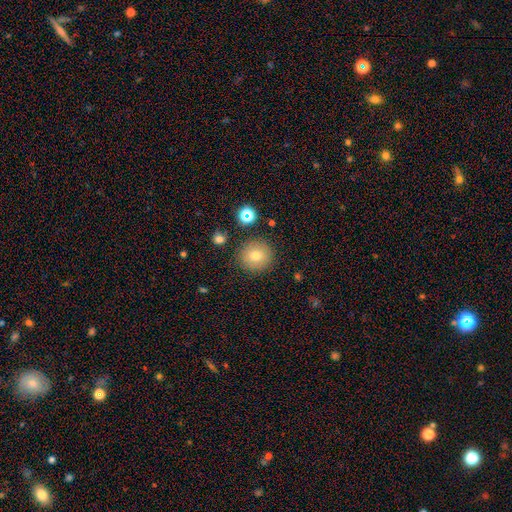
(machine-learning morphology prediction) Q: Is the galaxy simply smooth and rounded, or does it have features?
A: smooth — 75%.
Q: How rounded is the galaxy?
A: round — 94%.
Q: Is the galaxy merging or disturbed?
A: none — 87%.